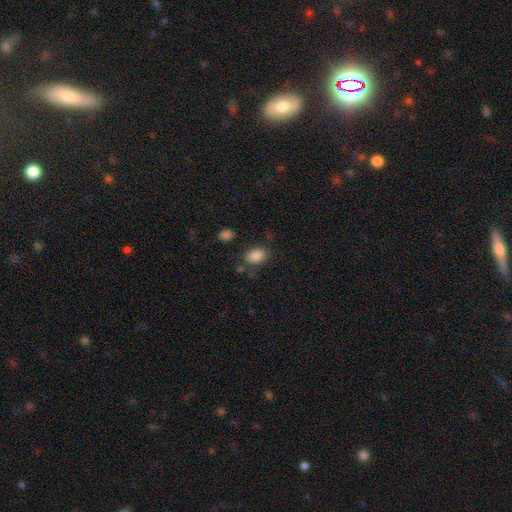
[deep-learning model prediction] Q: Smooth or featured?
A: smooth (86%); runner-up: star or artifact (10%)
Q: How rounded?
A: in between (79%); runner-up: round (20%)
Q: Merging?
A: none (74%); runner-up: minor disturbance (15%)